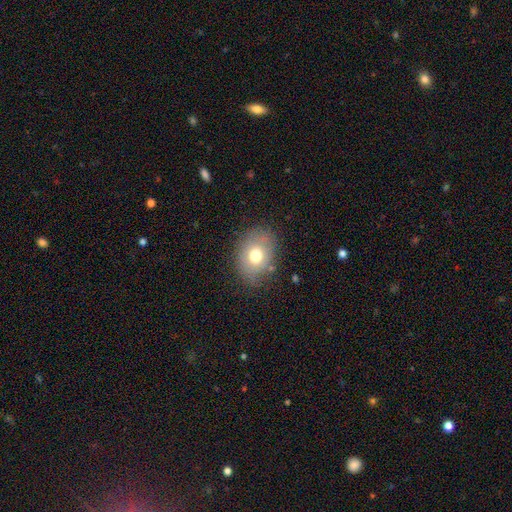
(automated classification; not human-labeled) A smooth galaxy with no disk features (70%) that is in between round and cigar-shaped (66%).

Vote fractions:
- Smooth or featured? smooth: 70% / featured or disk: 20% / star or artifact: 10%
- How rounded? in between: 66% / round: 33% / cigar-shaped: 1%
- Merging? none: 77% / minor disturbance: 16% / major disturbance: 5% / merger: 2%